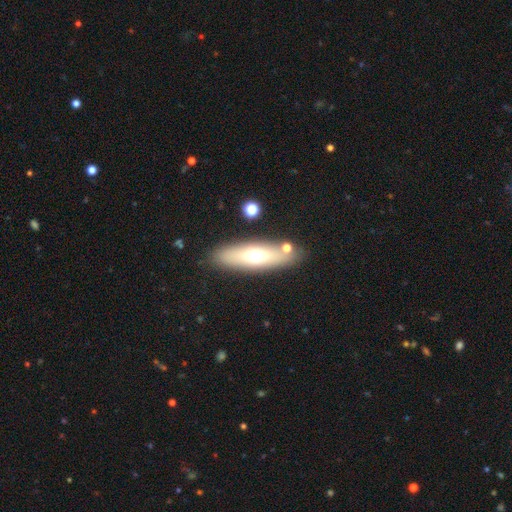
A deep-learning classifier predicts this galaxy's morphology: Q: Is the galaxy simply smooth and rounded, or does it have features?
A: smooth — 58%.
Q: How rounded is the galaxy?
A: cigar-shaped — 50%.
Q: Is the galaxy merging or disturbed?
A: none — 83%.